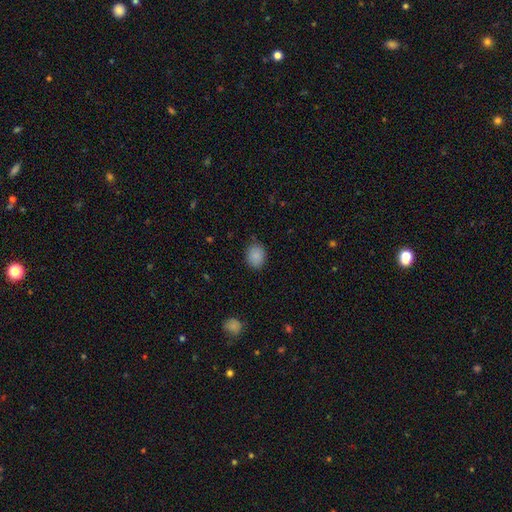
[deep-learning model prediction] A smooth galaxy with no disk features (88%) that is in between round and cigar-shaped (53%). Merging: none (84%).